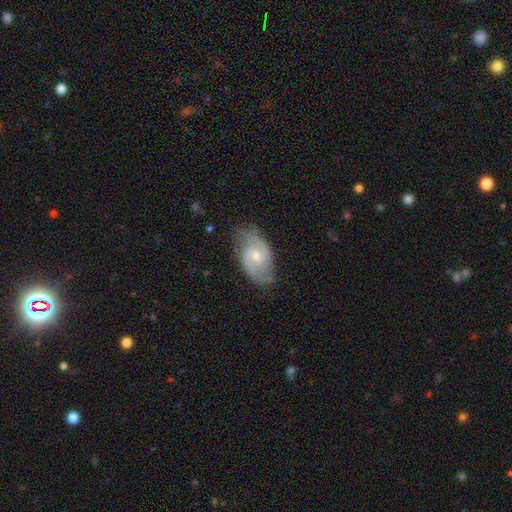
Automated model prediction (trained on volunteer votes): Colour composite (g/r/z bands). It shows a featured or disk galaxy (80%) with no bar (47%), 2 (86%) medium (51%) spiral arms (94%) and a small central bulge (53%). Merging: none (76%).